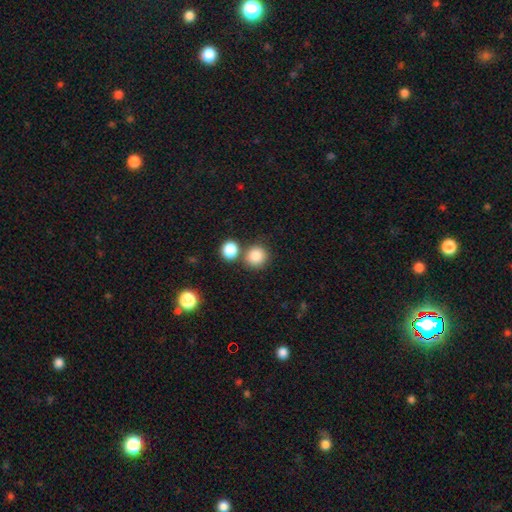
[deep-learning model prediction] smooth-or-featured: smooth: 85% | star or artifact: 10% | featured or disk: 5%
  how-rounded: round: 90% | in between: 9% | cigar-shaped: 1%
  merging: none: 69% | merger: 19% | minor disturbance: 9% | major disturbance: 3%